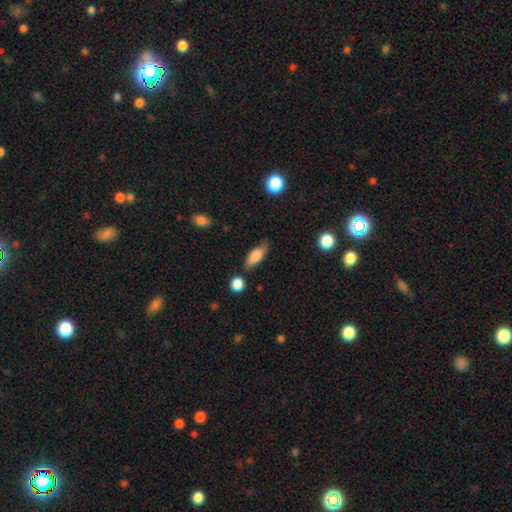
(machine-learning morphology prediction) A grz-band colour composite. It shows a smooth galaxy with no disk features (76%) that is in between round and cigar-shaped (76%). Merging: none (66%).